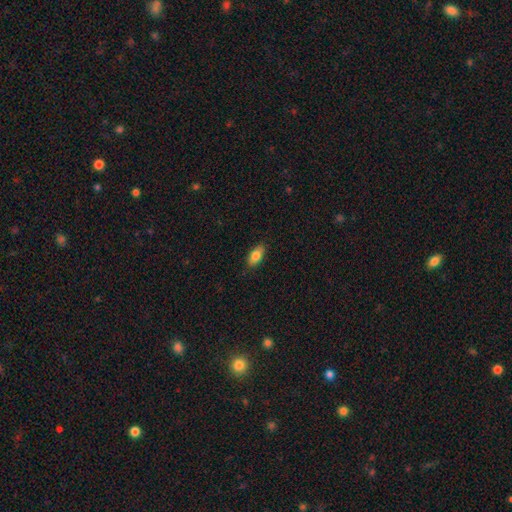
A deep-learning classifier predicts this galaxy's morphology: Smooth or featured? Predicted: smooth (p=0.83). How rounded? Predicted: in between (p=0.89). Merging? Predicted: none (p=0.85).